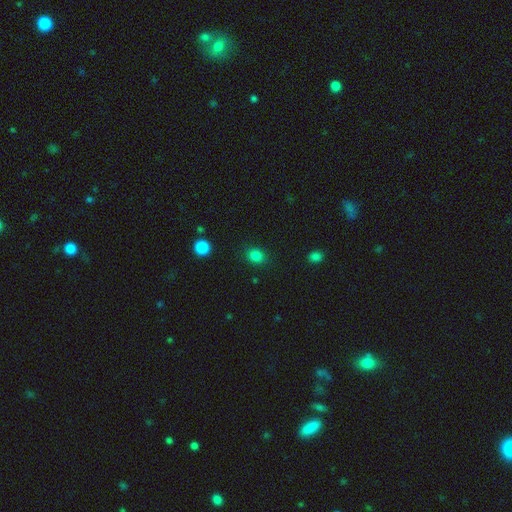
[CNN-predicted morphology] smooth-or-featured: smooth: 84% | star or artifact: 13% | featured or disk: 4%
  how-rounded: round: 66% | in between: 34% | cigar-shaped: 1%
  merging: none: 88% | minor disturbance: 8% | major disturbance: 3% | merger: 1%